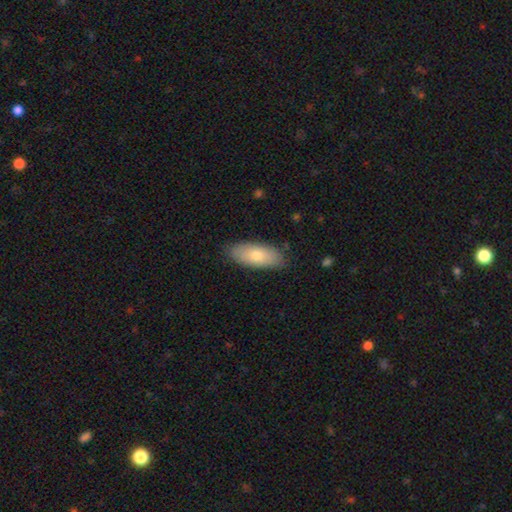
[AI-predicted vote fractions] Smooth or featured? smooth (73%)
How rounded? in between (84%)
Merging? none (84%)